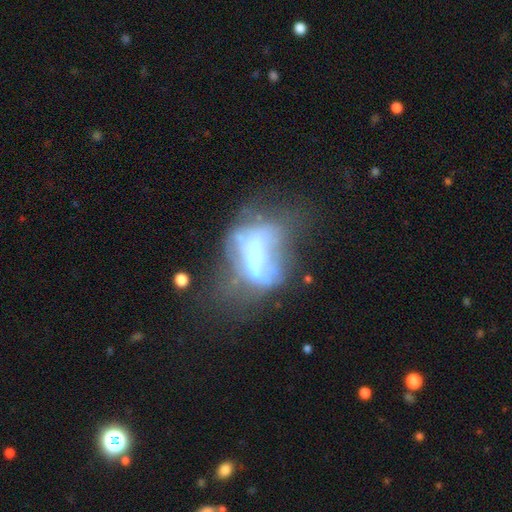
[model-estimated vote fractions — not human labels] smooth_or_featured: featured or disk (p=0.56) [alt: smooth p=0.29]
disk_edge_on: no (p=0.93) [alt: yes p=0.07]
bar: no (p=0.58) [alt: strong p=0.27]
has_spiral_arms: no (p=0.88) [alt: yes p=0.12]
bulge_size: none (p=0.35) [alt: large p=0.23]
merging: major disturbance (p=0.41) [alt: merger p=0.22]